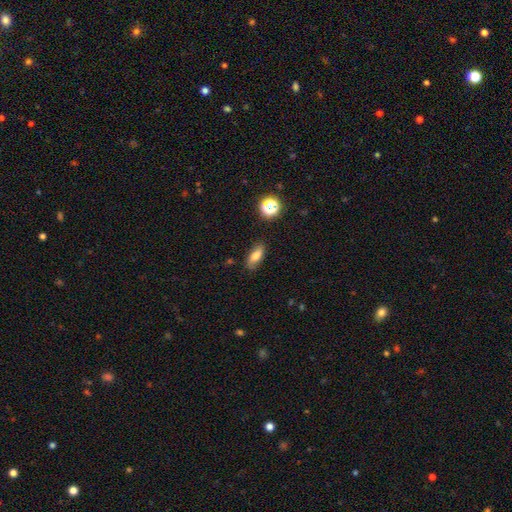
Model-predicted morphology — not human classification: smooth_or_featured: smooth (p=0.71) [alt: featured or disk p=0.18]
how_rounded: in between (p=0.76) [alt: cigar-shaped p=0.18]
merging: none (p=0.79) [alt: minor disturbance p=0.15]